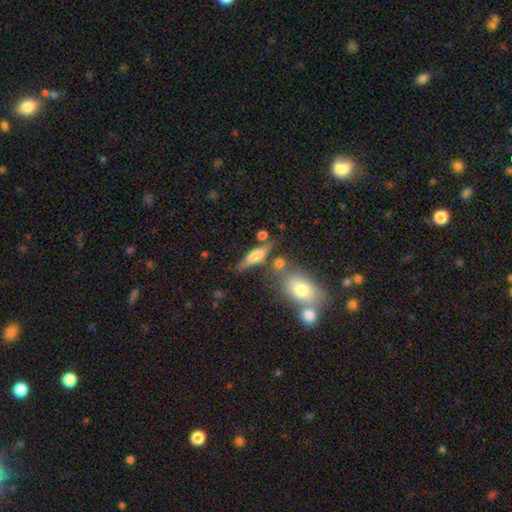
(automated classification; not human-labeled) Q: Smooth or featured?
A: smooth (50%); runner-up: featured or disk (40%)
Q: Merging?
A: none (60%); runner-up: minor disturbance (17%)